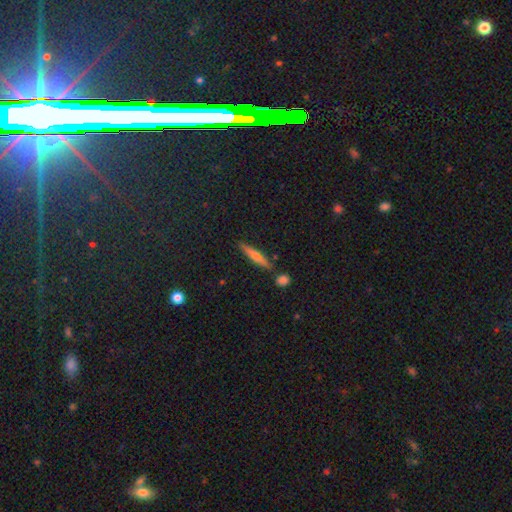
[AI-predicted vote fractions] A smooth galaxy with no disk features (49%).

Vote fractions:
- Smooth or featured? smooth: 49% / featured or disk: 42% / star or artifact: 9%
- Merging? none: 84% / minor disturbance: 9% / merger: 5% / major disturbance: 2%